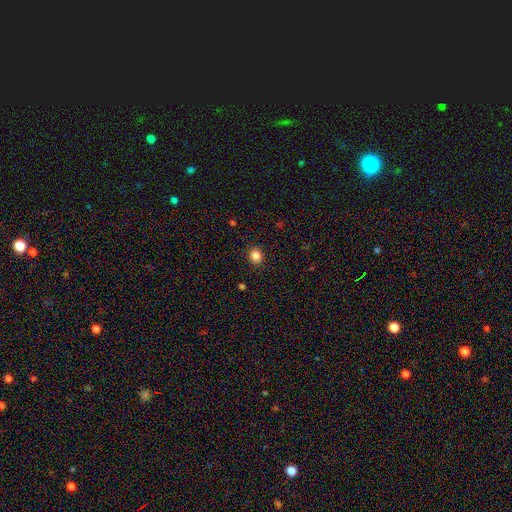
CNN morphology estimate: smooth 85%, star or artifact 11%, featured or disk 4%. Down the decision tree: how rounded — round (70%); merging — none (90%).